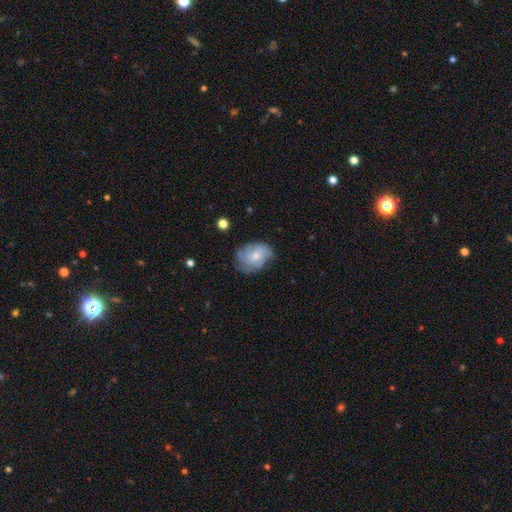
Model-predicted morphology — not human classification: Smooth or featured? featured or disk (53%)
Edge-on disk? no (97%)
Bar? no (74%)
Spiral arms? yes (80%)
Bulge size? small (51%)
Merging? none (62%)